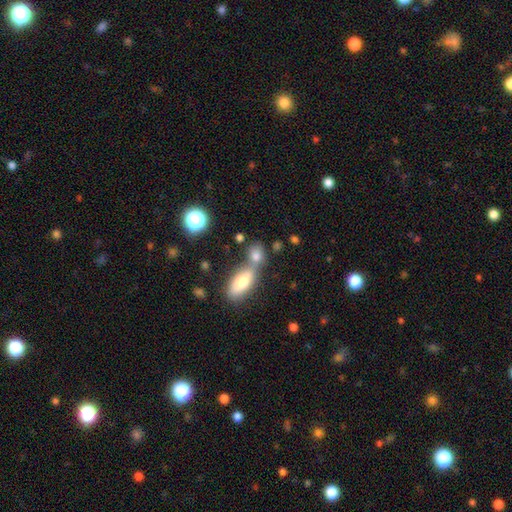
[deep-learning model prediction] Smooth or featured: smooth — 76% (star or artifact — 12%)
How rounded: in between — 60% (round — 33%)
Merging: merger — 47% (none — 40%)